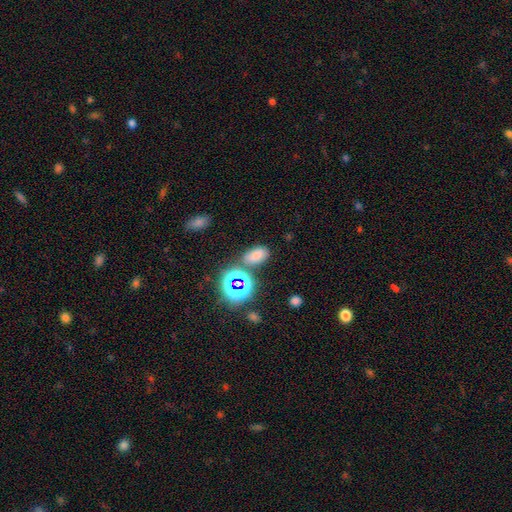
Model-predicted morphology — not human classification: Smooth or featured? smooth (68%)
How rounded? in between (86%)
Merging? none (71%)